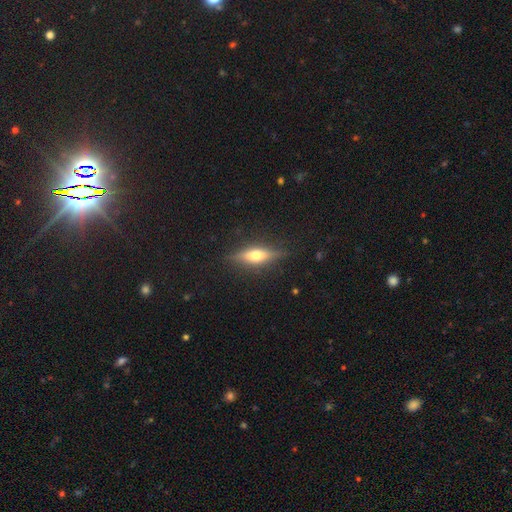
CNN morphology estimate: The model was most divided on "smooth or featured": featured or disk: 51%, smooth: 40%, star or artifact: 8%. More confident: edge-on disk — yes (92%); merging — none (85%).